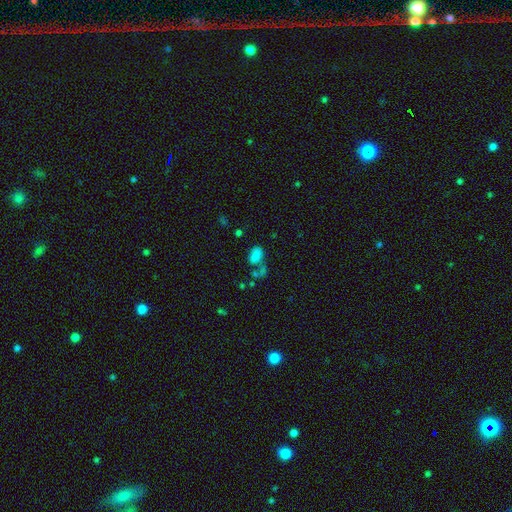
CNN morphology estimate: type=smooth (73%); roundness=in between (88%); merging=none (38%).